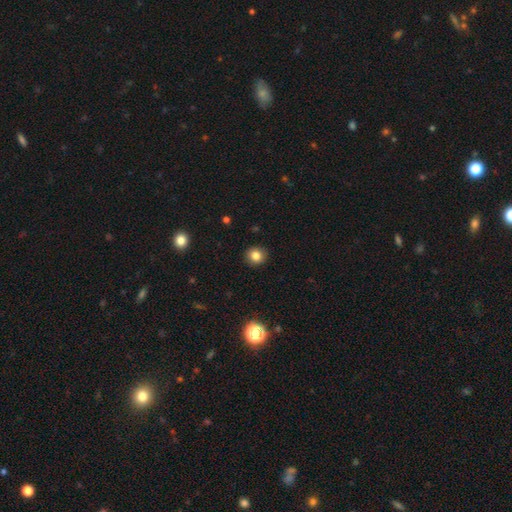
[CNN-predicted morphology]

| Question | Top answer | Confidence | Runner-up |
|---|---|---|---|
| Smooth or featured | smooth | 83% | star or artifact (12%) |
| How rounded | round | 89% | in between (10%) |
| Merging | none | 91% | minor disturbance (6%) |